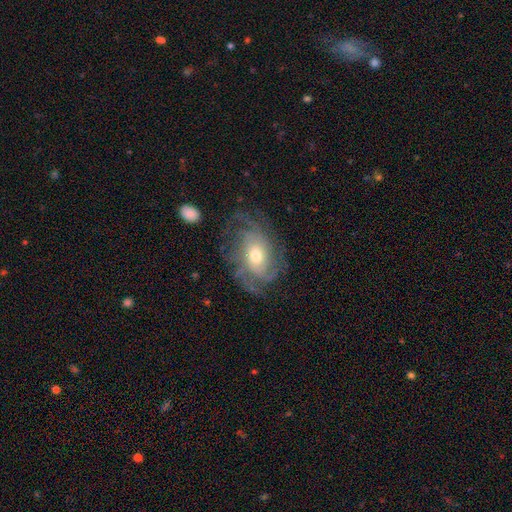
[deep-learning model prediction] A featured or disk galaxy (79%) with no bar (73%), tight (46%) spiral arms (89%) and a moderate central bulge (60%). Merging: none (63%).